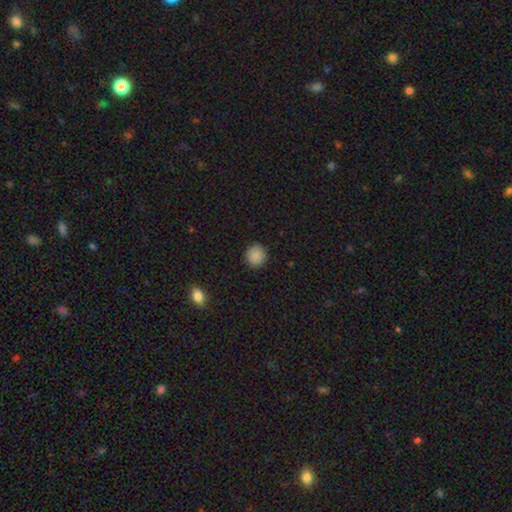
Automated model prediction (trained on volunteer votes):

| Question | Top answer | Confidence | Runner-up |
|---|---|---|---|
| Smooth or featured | smooth | 88% | star or artifact (9%) |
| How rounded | round | 92% | in between (7%) |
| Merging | none | 90% | minor disturbance (7%) |